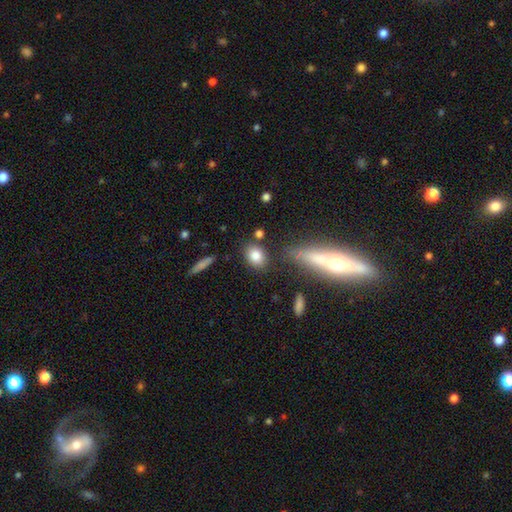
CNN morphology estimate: Q: Smooth or featured?
A: smooth (82%); runner-up: star or artifact (9%)
Q: How rounded?
A: in between (62%); runner-up: round (36%)
Q: Merging?
A: none (78%); runner-up: minor disturbance (11%)